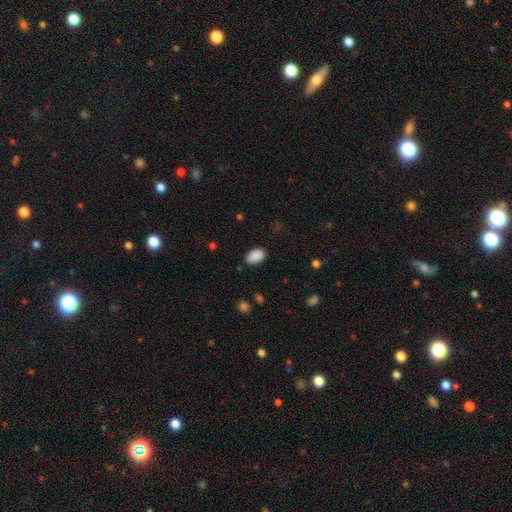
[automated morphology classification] Overall: smooth (89%). How rounded: in between (91%). Merging: none (83%).